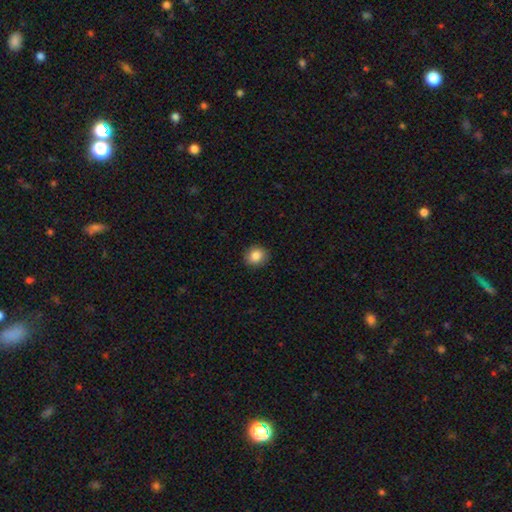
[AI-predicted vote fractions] A smooth galaxy with no disk features (86%) that is round (82%).

Vote fractions:
- Smooth or featured? smooth: 86% / star or artifact: 9% / featured or disk: 5%
- How rounded? round: 82% / in between: 17% / cigar-shaped: 1%
- Merging? none: 90% / minor disturbance: 7% / major disturbance: 2% / merger: 1%